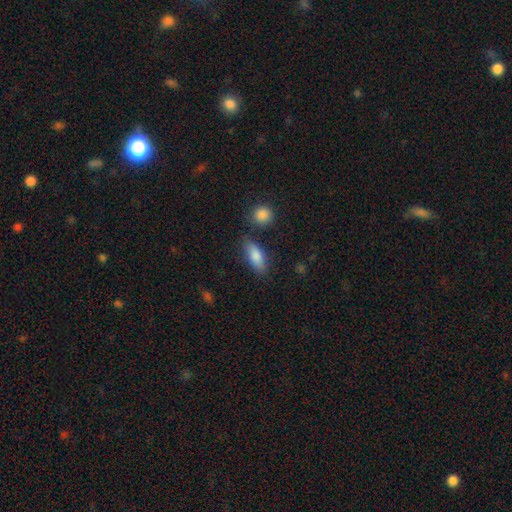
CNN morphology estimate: smooth-or-featured: smooth: 82% | featured or disk: 11% | star or artifact: 6%
  how-rounded: in between: 76% | cigar-shaped: 21% | round: 3%
  merging: none: 77% | minor disturbance: 14% | merger: 5% | major disturbance: 4%